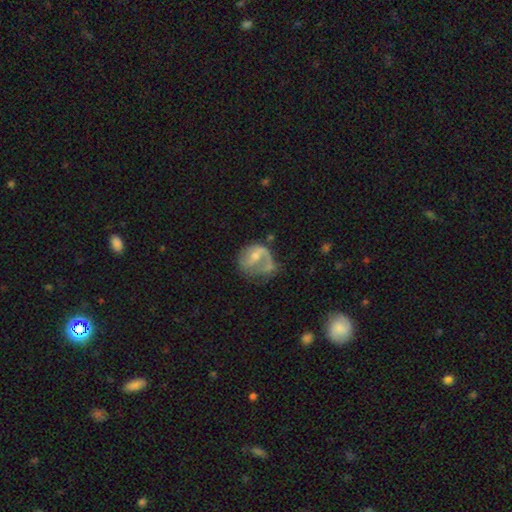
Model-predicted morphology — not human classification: Smooth or featured? featured or disk (64%)
Edge-on disk? no (98%)
Bar? no (47%)
Spiral arms? yes (74%)
Bulge size? small (46%)
Merging? none (35%)